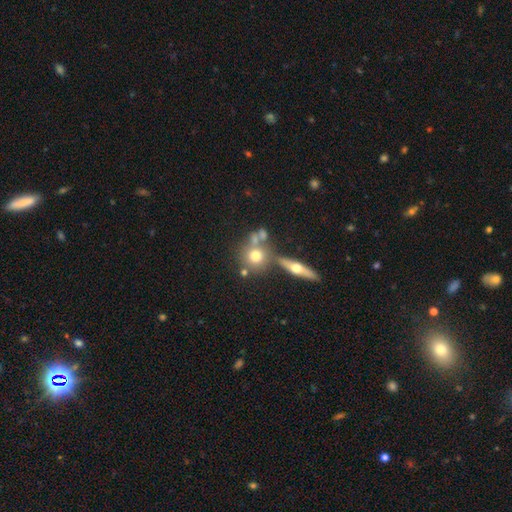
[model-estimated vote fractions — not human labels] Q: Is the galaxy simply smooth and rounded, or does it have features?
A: smooth — 63%.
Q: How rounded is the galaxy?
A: round — 83%.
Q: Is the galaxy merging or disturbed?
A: none — 58%.